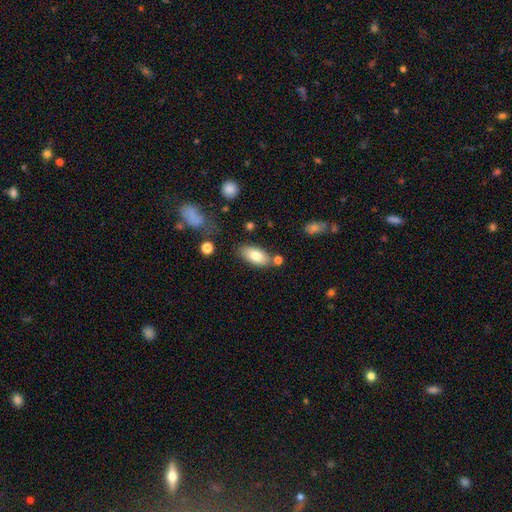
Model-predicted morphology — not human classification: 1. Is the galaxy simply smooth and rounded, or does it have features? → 80% smooth, 14% featured or disk, 7% star or artifact.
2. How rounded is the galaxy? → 91% in between, 6% cigar-shaped, 3% round.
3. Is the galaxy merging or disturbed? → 75% none, 14% minor disturbance, 8% merger, 4% major disturbance.